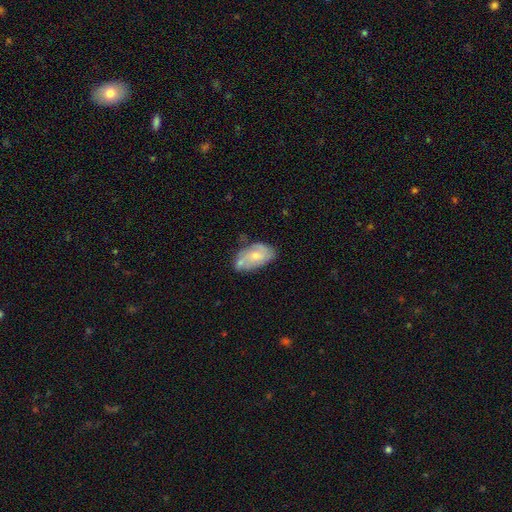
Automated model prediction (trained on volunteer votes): Overall: smooth (49%; featured or disk 45%). Merging: none (44%; minor disturbance 29%).